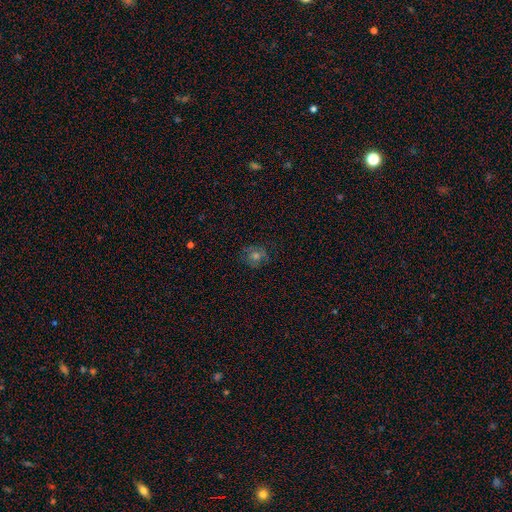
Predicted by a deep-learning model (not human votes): Smooth or featured? smooth (49%)
Merging? none (78%)